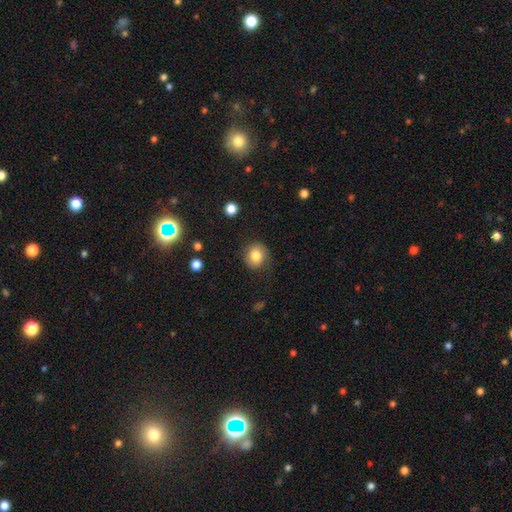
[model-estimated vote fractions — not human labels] Q: Smooth or featured?
A: smooth (81%); runner-up: star or artifact (10%)
Q: How rounded?
A: round (81%); runner-up: in between (18%)
Q: Merging?
A: none (81%); runner-up: minor disturbance (13%)